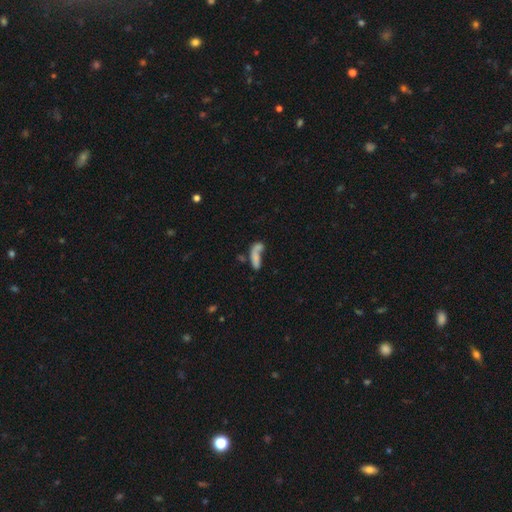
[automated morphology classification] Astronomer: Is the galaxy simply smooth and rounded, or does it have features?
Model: smooth — 66%.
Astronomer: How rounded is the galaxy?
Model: in between — 52% (runner-up: cigar-shaped, 43%).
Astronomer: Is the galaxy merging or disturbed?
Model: merger — 43% (runner-up: none, 28%).